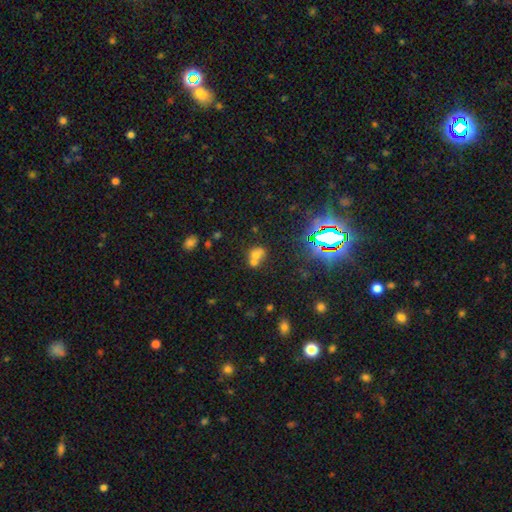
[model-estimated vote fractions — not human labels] smooth 57%, star or artifact 23%, featured or disk 20%. Down the decision tree: how rounded — round (66%); merging — merger (62%).